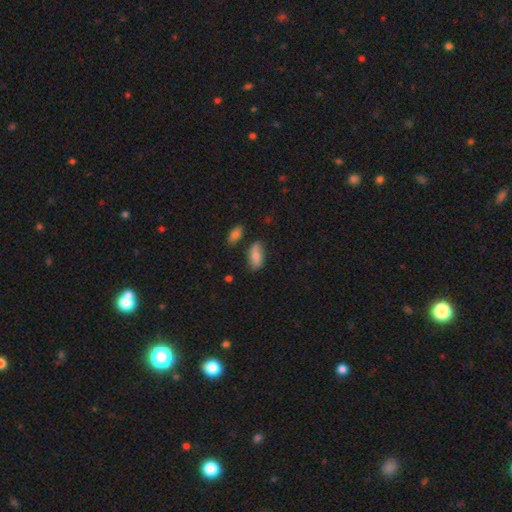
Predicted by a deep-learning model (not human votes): smooth_or_featured: smooth (p=0.73) [alt: featured or disk p=0.20]
how_rounded: in between (p=0.90) [alt: cigar-shaped p=0.06]
merging: none (p=0.71) [alt: minor disturbance p=0.19]